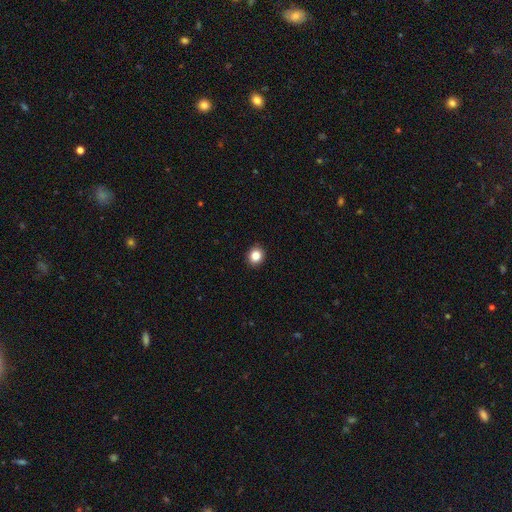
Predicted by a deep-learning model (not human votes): Smooth or featured? smooth (85%)
How rounded? round (76%)
Merging? none (92%)